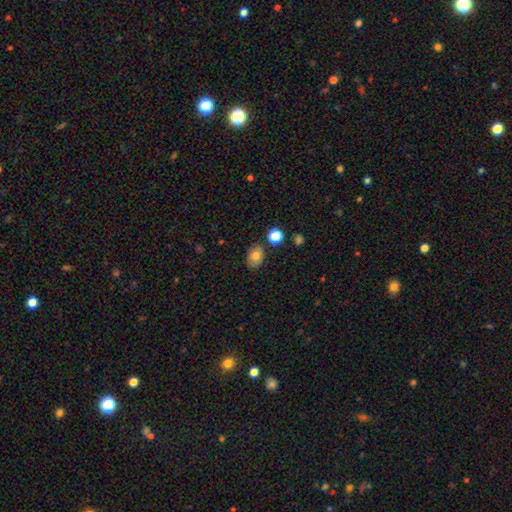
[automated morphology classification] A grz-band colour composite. It shows a smooth galaxy with no disk features (76%) that is in between round and cigar-shaped (72%). Merging: none (79%).